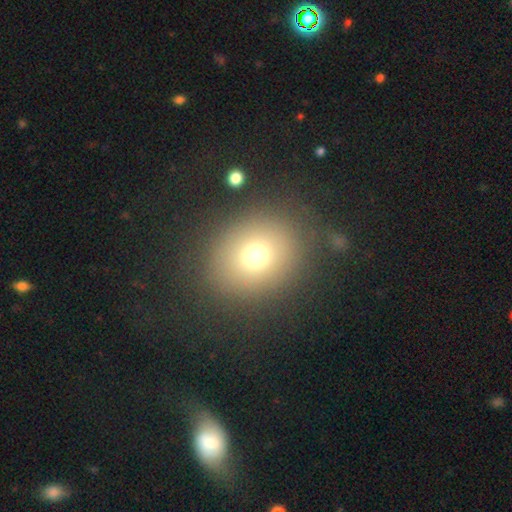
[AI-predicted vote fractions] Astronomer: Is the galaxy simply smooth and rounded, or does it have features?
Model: smooth — 72%.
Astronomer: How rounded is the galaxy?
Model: round — 73%.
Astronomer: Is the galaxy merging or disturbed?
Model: none — 81%.